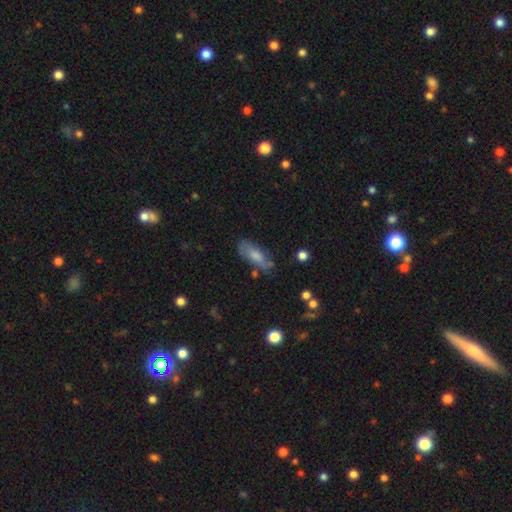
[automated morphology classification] smooth_or_featured: smooth (p=0.63) [alt: featured or disk p=0.30]
how_rounded: in between (p=0.72) [alt: cigar-shaped p=0.26]
merging: none (p=0.64) [alt: minor disturbance p=0.24]